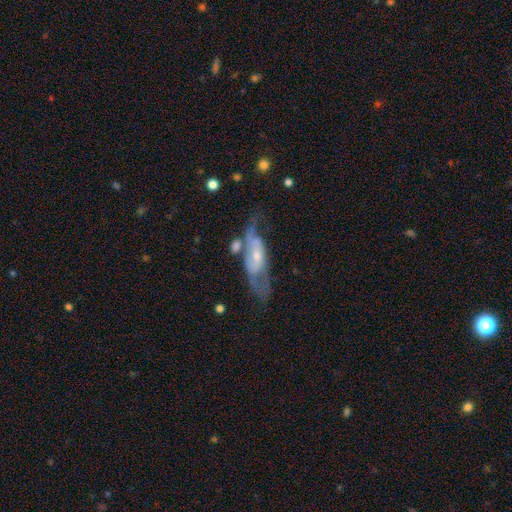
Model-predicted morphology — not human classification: The model was most divided on "bar": no: 47%, weak: 37%, strong: 16%. Remaining: edge-on disk — no (81%); spiral arms — yes (73%); smooth or featured — featured or disk (69%); bulge size — small (55%); merging — none (37%).